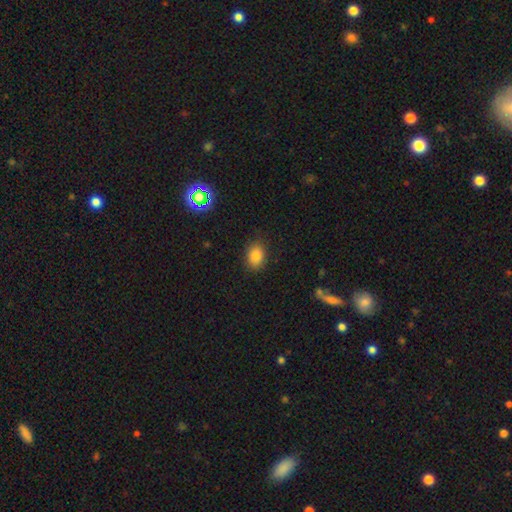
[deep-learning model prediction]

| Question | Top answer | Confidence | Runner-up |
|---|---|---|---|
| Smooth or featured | smooth | 84% | star or artifact (10%) |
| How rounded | in between | 71% | round (28%) |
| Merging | none | 85% | minor disturbance (11%) |